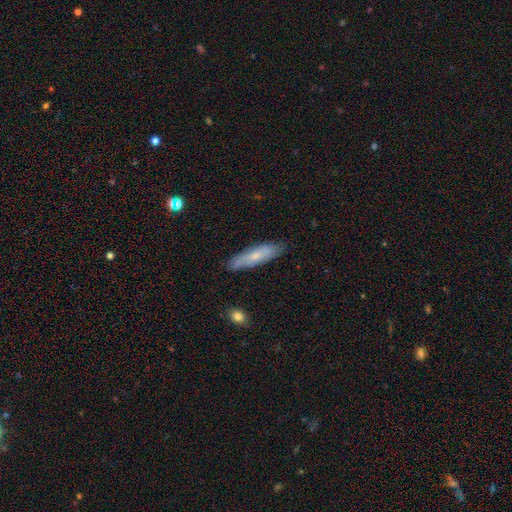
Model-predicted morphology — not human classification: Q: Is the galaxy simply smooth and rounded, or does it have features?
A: smooth — 56%.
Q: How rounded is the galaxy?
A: cigar-shaped — 72%.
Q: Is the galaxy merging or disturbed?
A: none — 82%.